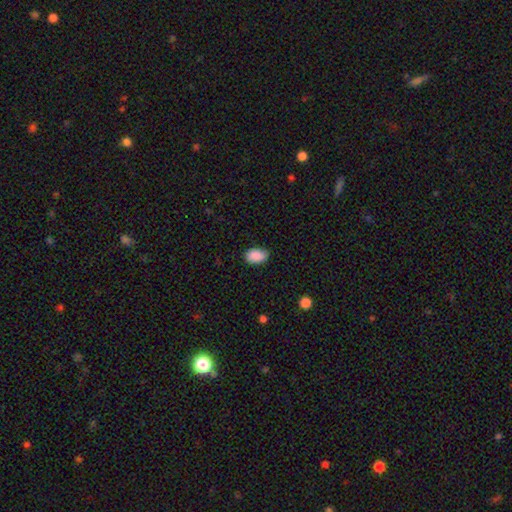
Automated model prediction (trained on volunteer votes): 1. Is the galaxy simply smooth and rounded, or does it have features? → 89% smooth, 7% star or artifact, 4% featured or disk.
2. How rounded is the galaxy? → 90% in between, 9% round, 1% cigar-shaped.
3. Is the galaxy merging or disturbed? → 76% none, 20% minor disturbance, 3% major disturbance, 1% merger.